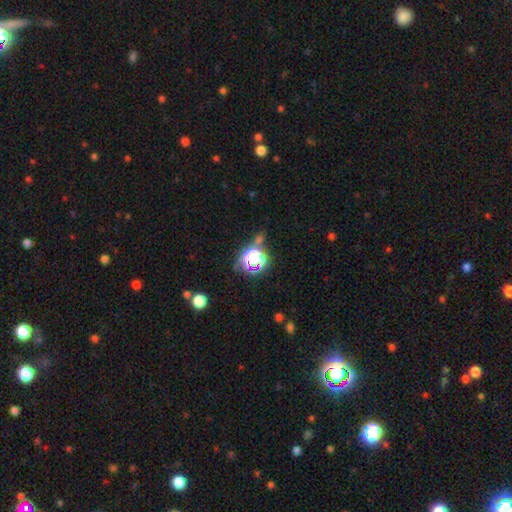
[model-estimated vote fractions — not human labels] The model was most divided on "smooth or featured": star or artifact: 55%, smooth: 34%, featured or disk: 11%.